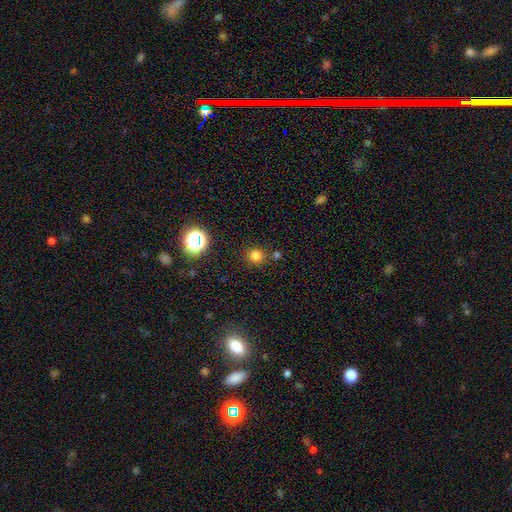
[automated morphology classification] Overall: smooth (78%). How rounded: round (90%). Merging: none (81%).